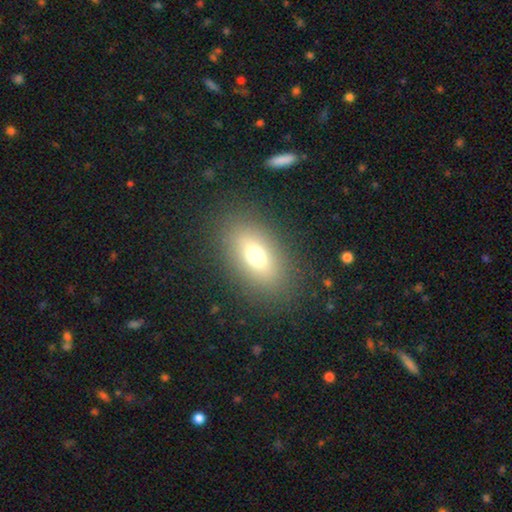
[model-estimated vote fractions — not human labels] This is likely a smooth galaxy (68%). How rounded: clearly in between (84%). Merging: clearly none (85%).